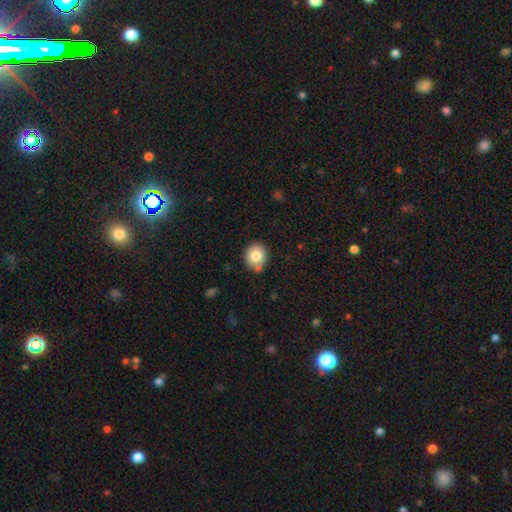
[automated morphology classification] A smooth galaxy with no disk features (82%) that is round (81%). Merging: none (79%).